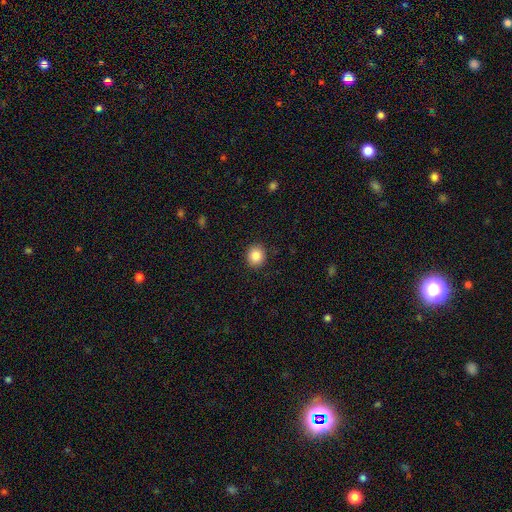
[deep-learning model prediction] smooth-or-featured: smooth: 87% | star or artifact: 9% | featured or disk: 4%
  how-rounded: round: 84% | in between: 15% | cigar-shaped: 1%
  merging: none: 91% | minor disturbance: 6% | major disturbance: 2% | merger: 1%